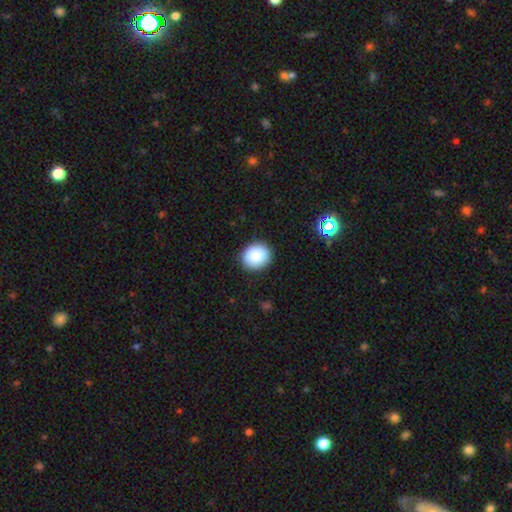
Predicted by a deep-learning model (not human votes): Morphology: type=smooth (83%); roundness=round (80%); merging=none (89%).